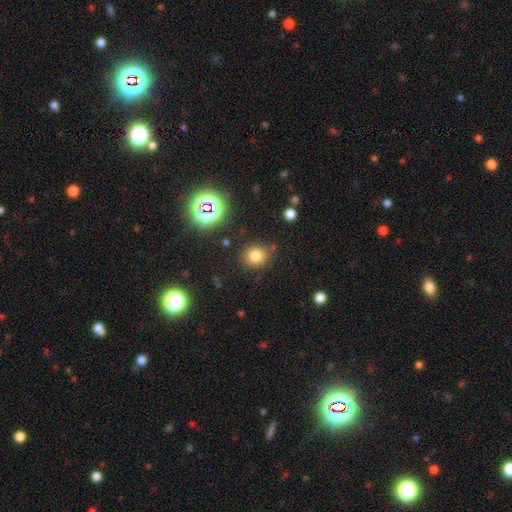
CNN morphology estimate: Smooth or featured? Predicted: smooth (p=0.76). How rounded? Predicted: round (p=0.83). Merging? Predicted: none (p=0.84).